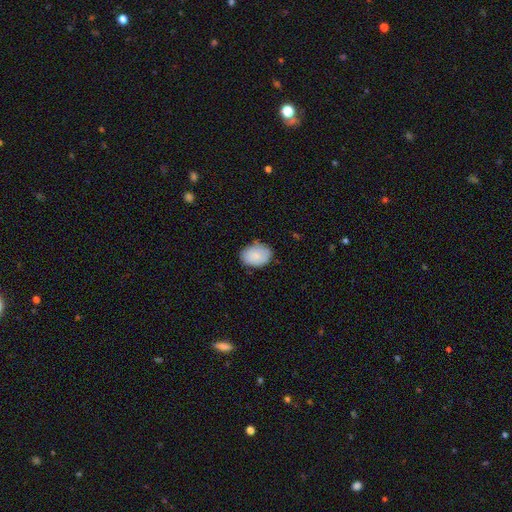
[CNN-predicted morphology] Smooth or featured: smooth — 86% (featured or disk — 8%)
How rounded: in between — 77% (round — 22%)
Merging: none — 75% (minor disturbance — 20%)